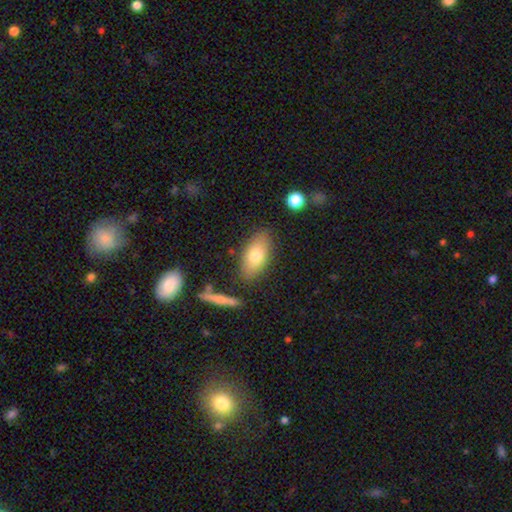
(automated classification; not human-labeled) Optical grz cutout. It shows a smooth galaxy with no disk features (75%) that is in between round and cigar-shaped (88%). Merging: none (80%).